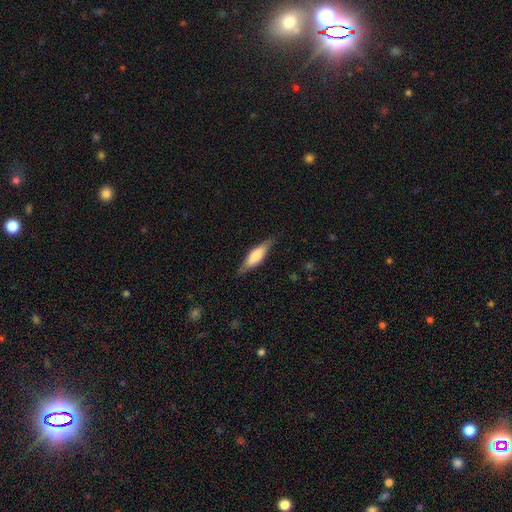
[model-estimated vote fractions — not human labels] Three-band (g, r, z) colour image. It shows a smooth galaxy with no disk features (66%) that is cigar-shaped (54%). Merging: none (80%).